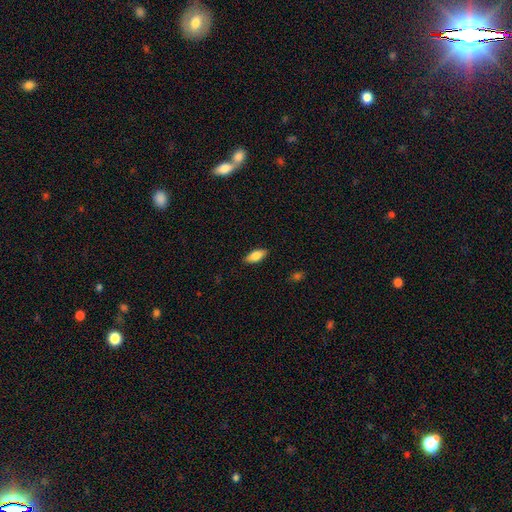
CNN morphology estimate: A smooth galaxy with no disk features (81%) that is in between round and cigar-shaped (84%).

Vote fractions:
- Smooth or featured? smooth: 81% / featured or disk: 13% / star or artifact: 6%
- How rounded? in between: 84% / cigar-shaped: 14% / round: 2%
- Merging? none: 87% / minor disturbance: 10% / major disturbance: 2% / merger: 1%